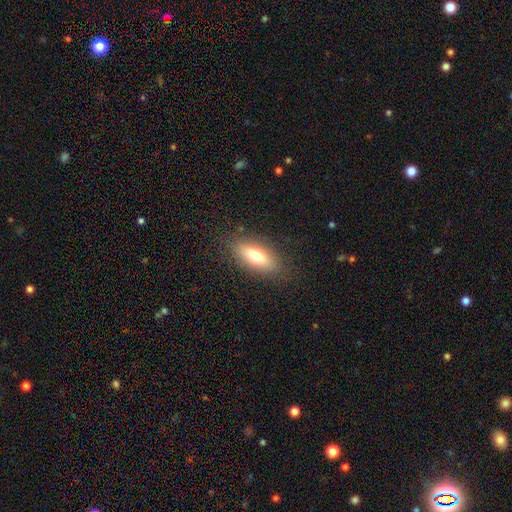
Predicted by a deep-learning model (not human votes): Overall: smooth (73%). How rounded: in between (69%). Merging: none (85%).